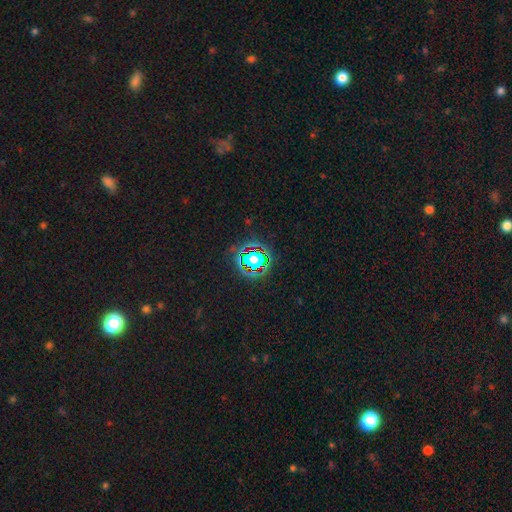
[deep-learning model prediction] star or artifact 75%, smooth 16%, featured or disk 9%.